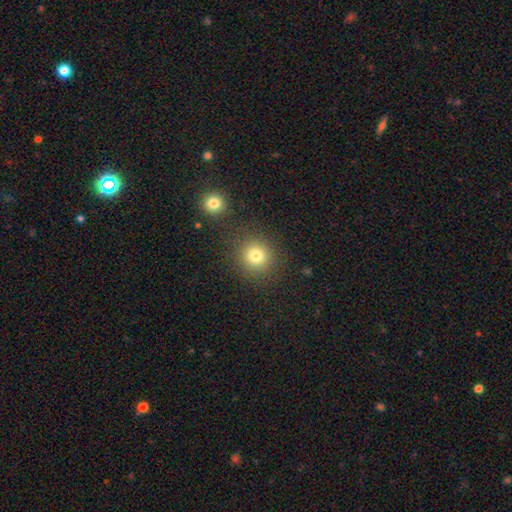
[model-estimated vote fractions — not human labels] A smooth galaxy with no disk features (79%) that is round (91%). Merging: none (85%).